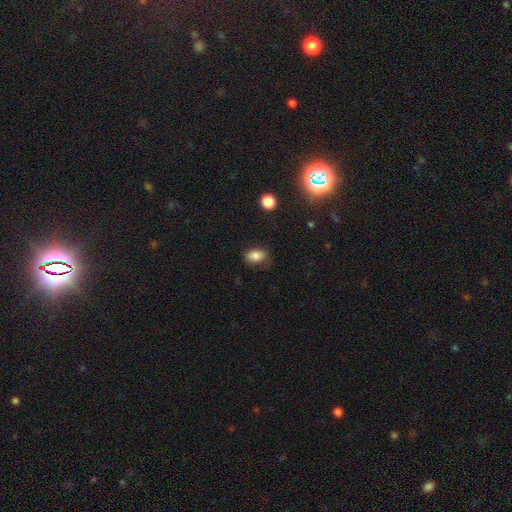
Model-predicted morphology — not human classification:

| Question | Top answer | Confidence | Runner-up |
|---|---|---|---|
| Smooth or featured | smooth | 82% | star or artifact (10%) |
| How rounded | in between | 80% | round (18%) |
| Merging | none | 66% | minor disturbance (24%) |